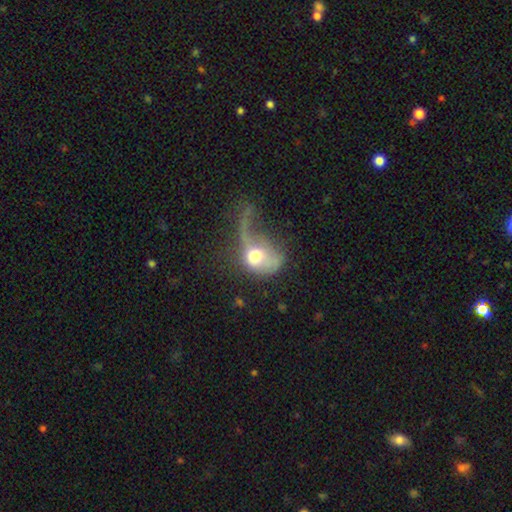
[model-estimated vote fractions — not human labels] The model was most divided on "smooth or featured": smooth: 54%, featured or disk: 37%, star or artifact: 9%. More confident: merging — major disturbance (70%); how rounded — in between (58%).